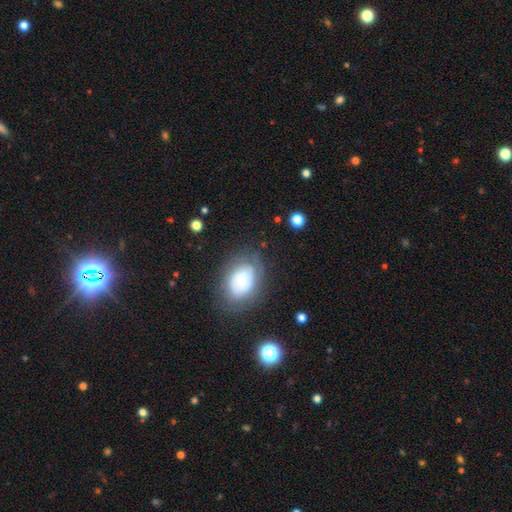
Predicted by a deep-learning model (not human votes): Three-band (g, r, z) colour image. It shows a smooth galaxy with no disk features (57%) that is in between round and cigar-shaped (72%). Merging: none (83%).